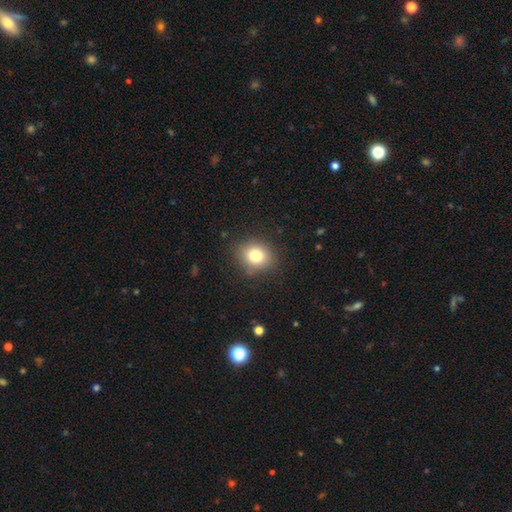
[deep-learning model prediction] A smooth galaxy with no disk features (80%) that is round (66%). Merging: none (86%).